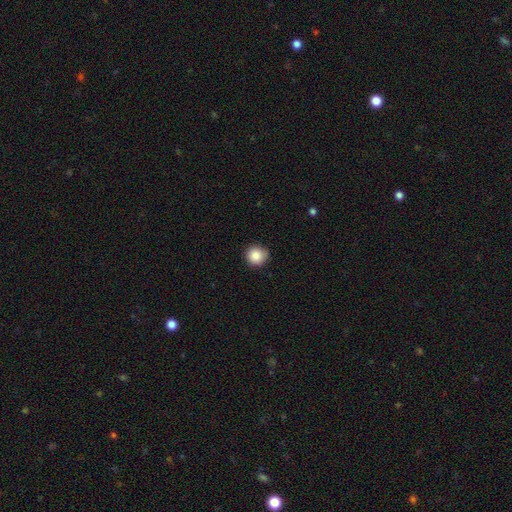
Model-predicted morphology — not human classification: Smooth or featured? smooth (86%)
How rounded? round (93%)
Merging? none (87%)